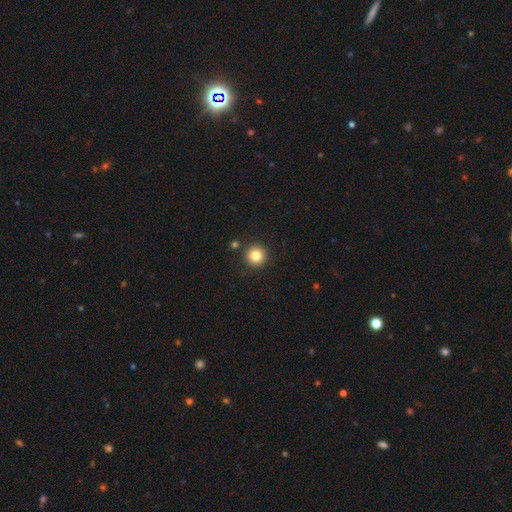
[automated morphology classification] smooth_or_featured: smooth (p=0.83) [alt: star or artifact p=0.11]
how_rounded: round (p=0.96) [alt: in between p=0.03]
merging: none (p=0.89) [alt: minor disturbance p=0.05]